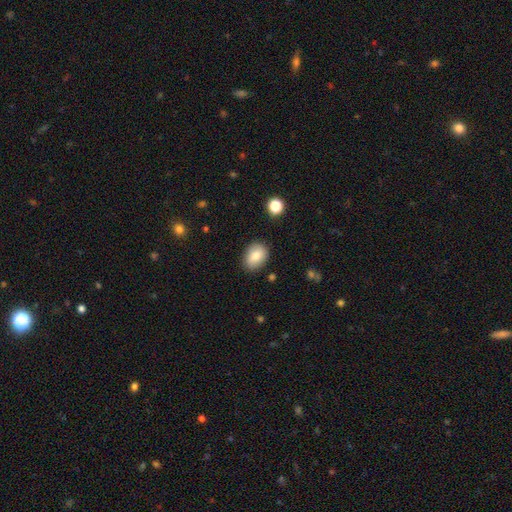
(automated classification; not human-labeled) A smooth galaxy with no disk features (81%) that is in between round and cigar-shaped (71%). Merging: none (84%).